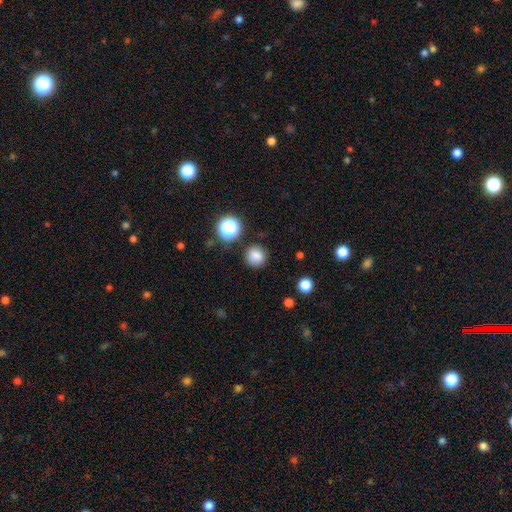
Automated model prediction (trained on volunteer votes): Smooth or featured: smooth — 82% (star or artifact — 13%)
How rounded: round — 92% (in between — 7%)
Merging: none — 87% (minor disturbance — 8%)